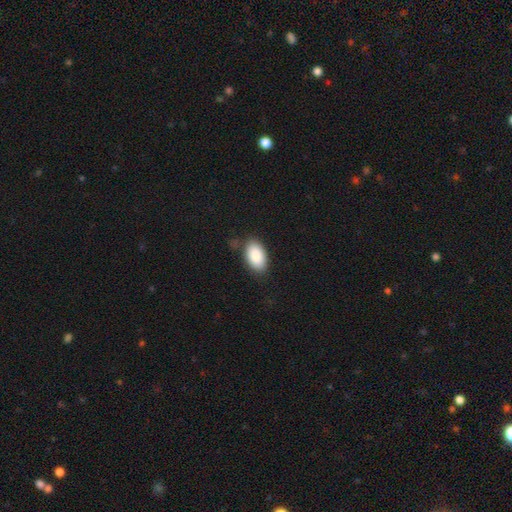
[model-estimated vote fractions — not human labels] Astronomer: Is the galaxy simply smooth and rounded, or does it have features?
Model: smooth — 89%.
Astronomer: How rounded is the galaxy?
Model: in between — 95%.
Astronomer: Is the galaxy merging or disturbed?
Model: none — 81%.